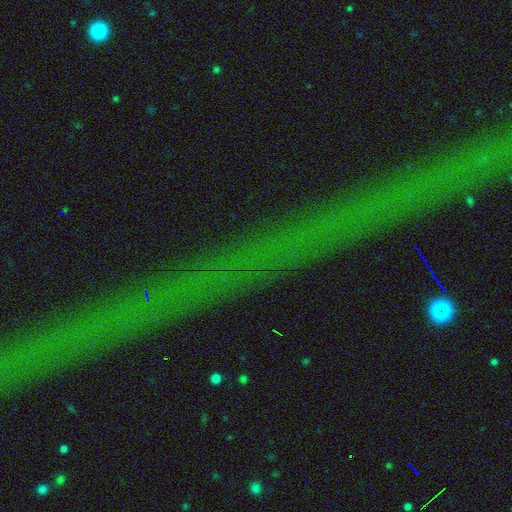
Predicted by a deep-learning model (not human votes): smooth_or_featured: star or artifact (p=0.76) [alt: featured or disk p=0.15]